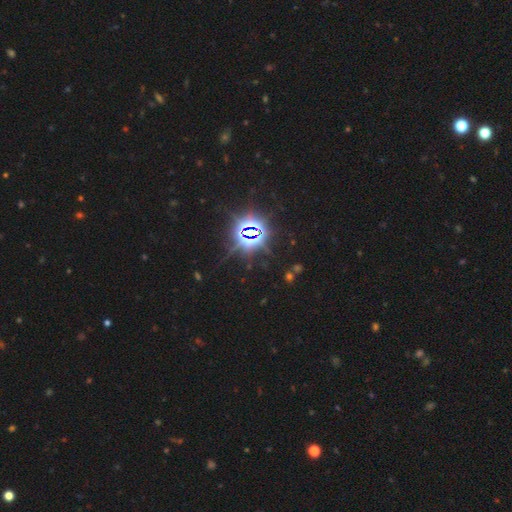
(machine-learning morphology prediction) smooth-or-featured: star or artifact: 84% | smooth: 10% | featured or disk: 5%